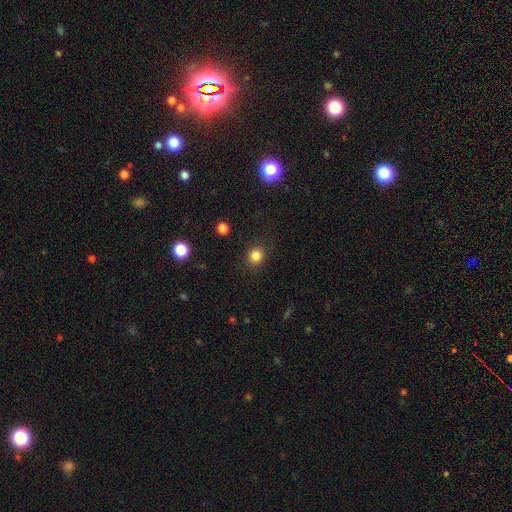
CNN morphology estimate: This is clearly a smooth galaxy (83%). How rounded: clearly round (86%). Merging: clearly none (88%).